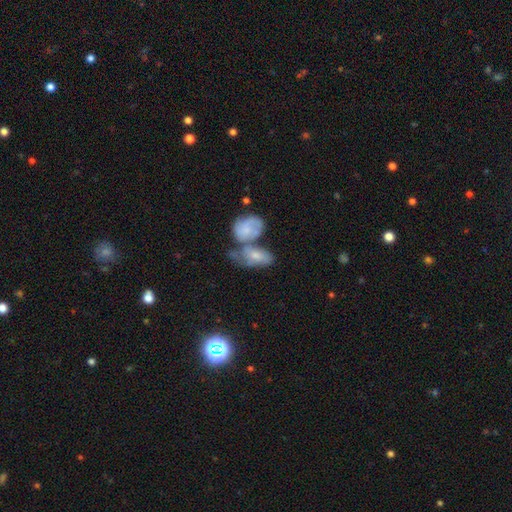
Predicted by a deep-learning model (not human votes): smooth_or_featured: smooth (p=0.58) [alt: featured or disk p=0.34]
how_rounded: in between (p=0.87) [alt: round p=0.08]
merging: merger (p=0.55) [alt: none p=0.21]